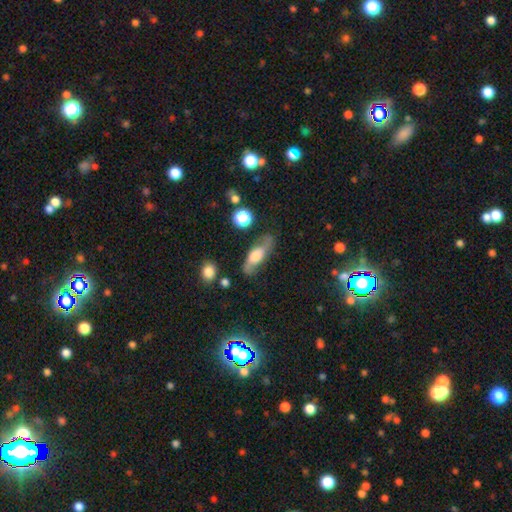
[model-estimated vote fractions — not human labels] smooth_or_featured: featured or disk (p=0.51) [alt: smooth p=0.40]
disk_edge_on: no (p=0.65) [alt: yes p=0.35]
merging: none (p=0.70) [alt: minor disturbance p=0.20]